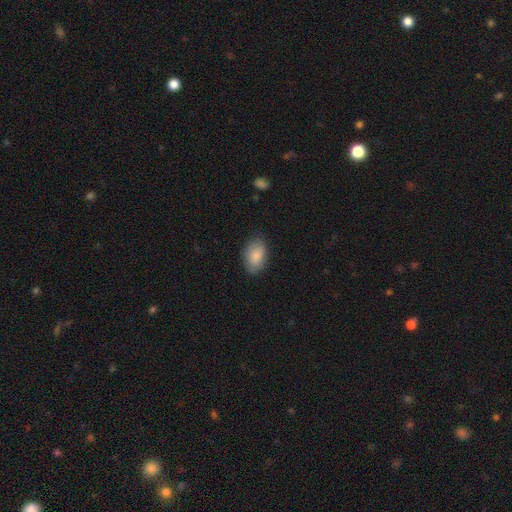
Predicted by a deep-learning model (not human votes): Q: Smooth or featured?
A: smooth (86%); runner-up: featured or disk (8%)
Q: How rounded?
A: in between (89%); runner-up: round (10%)
Q: Merging?
A: none (81%); runner-up: minor disturbance (14%)